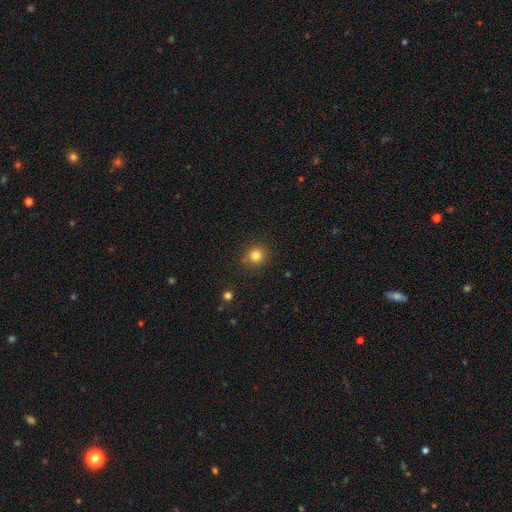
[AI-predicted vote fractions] This appears to be a smooth galaxy with no disk features (81%) that is round (89%). Merging: none (85%).